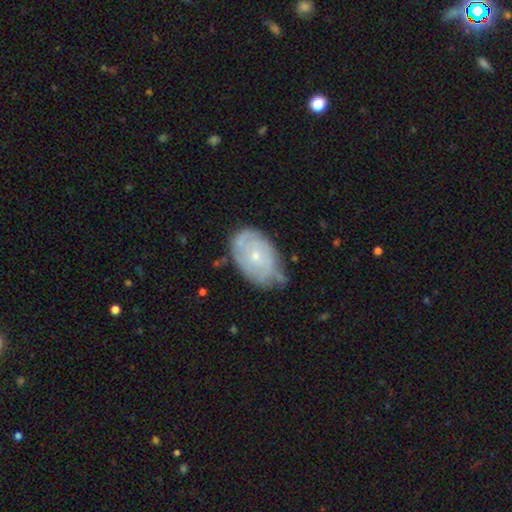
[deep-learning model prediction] Smooth or featured?
  - featured or disk: 62% *
  - smooth: 32%
  - star or artifact: 7%
Edge-on disk?
  - no: 95% *
  - yes: 5%
Bar?
  - no: 81% *
  - weak: 16%
  - strong: 3%
Spiral arms?
  - yes: 70% *
  - no: 30%
Bulge size?
  - small: 66% *
  - moderate: 31%
  - none: 1%
  - large: 1%
  - dominant: 1%
Merging?
  - none: 60% *
  - minor disturbance: 30%
  - major disturbance: 7%
  - merger: 3%